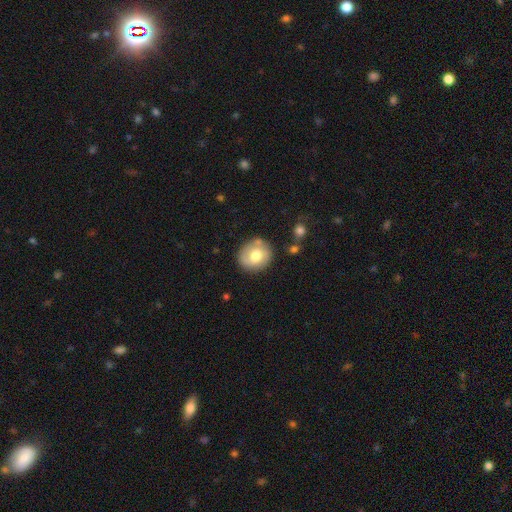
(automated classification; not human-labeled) This is likely a smooth galaxy (66%). How rounded: likely round (78%). Merging: likely none (76%).